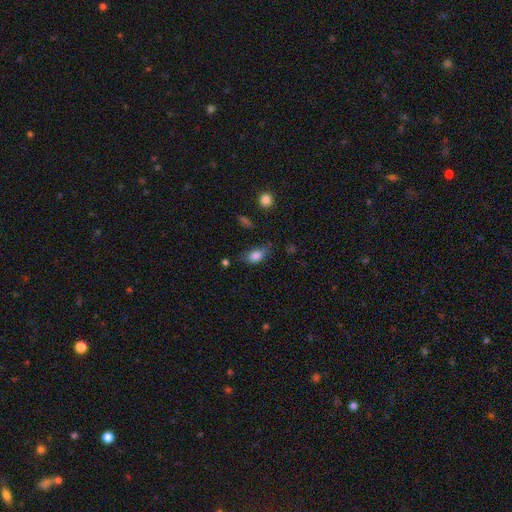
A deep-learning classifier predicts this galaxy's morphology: smooth-or-featured: smooth: 82% | star or artifact: 9% | featured or disk: 9%
  how-rounded: in between: 86% | round: 10% | cigar-shaped: 5%
  merging: none: 55% | minor disturbance: 31% | major disturbance: 11% | merger: 3%